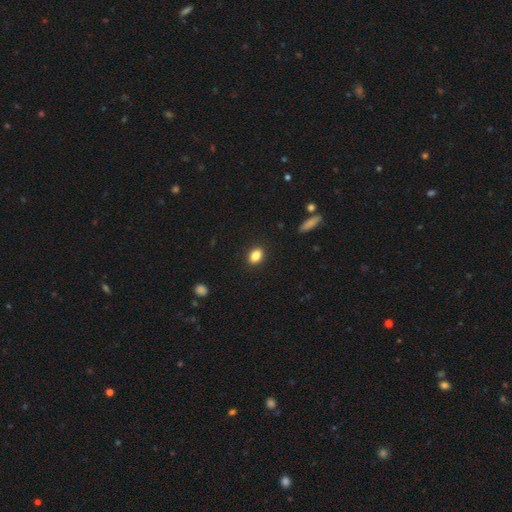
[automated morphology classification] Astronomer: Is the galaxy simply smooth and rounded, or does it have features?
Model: smooth — 86%.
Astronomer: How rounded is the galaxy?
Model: in between — 76%.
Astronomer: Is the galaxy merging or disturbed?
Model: none — 89%.